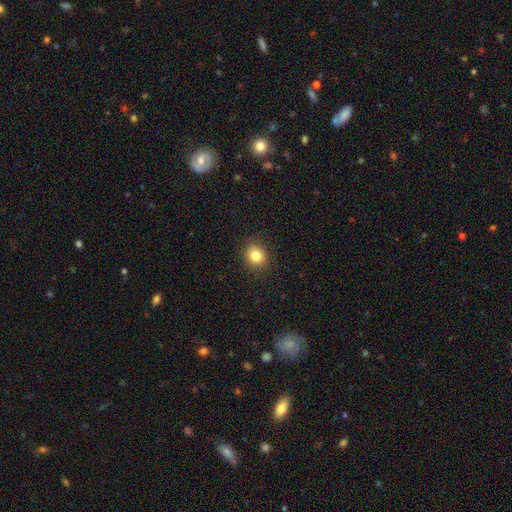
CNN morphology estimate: This is clearly a smooth galaxy (81%). How rounded: likely round (75%). Merging: clearly none (88%).